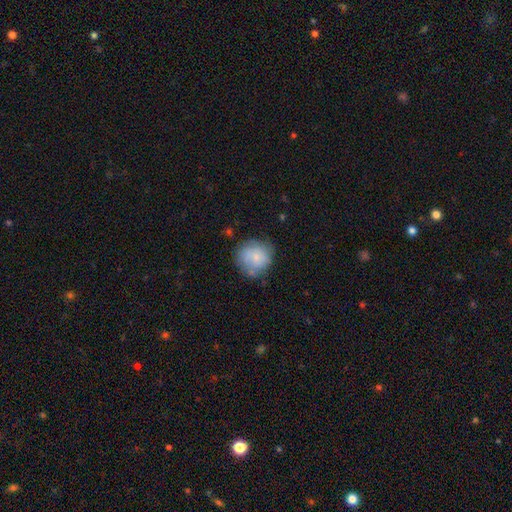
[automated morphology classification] type=smooth (71%); roundness=round (88%); merging=none (64%).